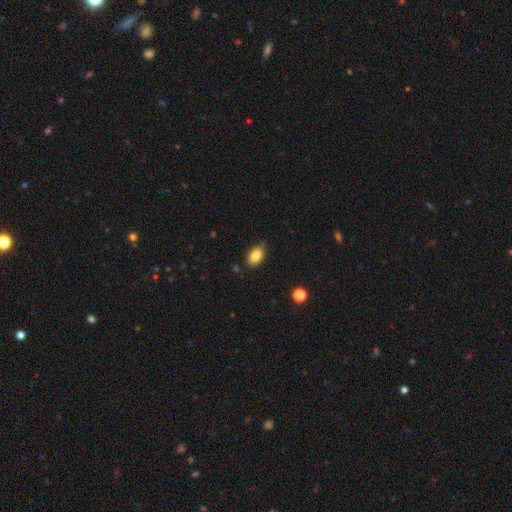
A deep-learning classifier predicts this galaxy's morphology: Smooth or featured: smooth — 83% (featured or disk — 8%)
How rounded: in between — 89% (round — 8%)
Merging: none — 75% (minor disturbance — 21%)